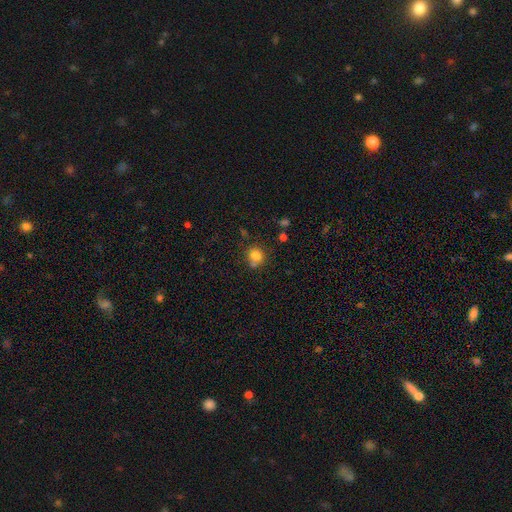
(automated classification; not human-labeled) smooth-or-featured: smooth: 80% | star or artifact: 13% | featured or disk: 8%
  how-rounded: round: 87% | in between: 12% | cigar-shaped: 1%
  merging: none: 67% | merger: 18% | minor disturbance: 12% | major disturbance: 4%